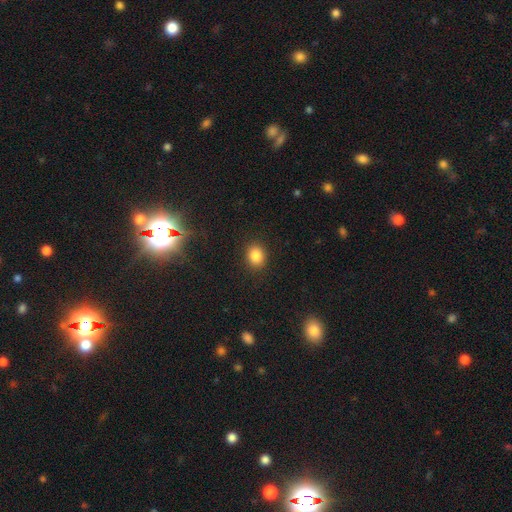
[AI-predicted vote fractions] Smooth or featured?
  - smooth: 84% *
  - star or artifact: 11%
  - featured or disk: 5%
How rounded?
  - round: 56% *
  - in between: 43%
  - cigar-shaped: 1%
Merging?
  - none: 89% *
  - minor disturbance: 8%
  - major disturbance: 3%
  - merger: 1%